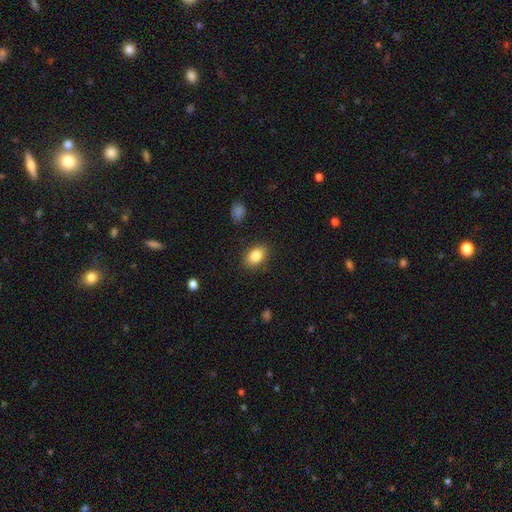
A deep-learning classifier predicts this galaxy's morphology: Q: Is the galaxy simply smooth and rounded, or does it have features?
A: smooth — 85%.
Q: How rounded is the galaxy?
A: in between — 78%.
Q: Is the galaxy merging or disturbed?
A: none — 86%.